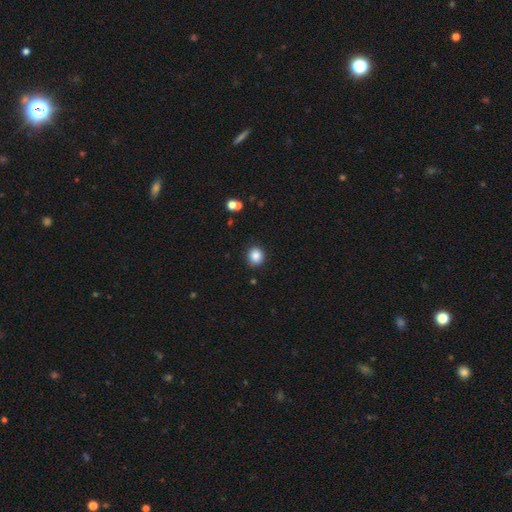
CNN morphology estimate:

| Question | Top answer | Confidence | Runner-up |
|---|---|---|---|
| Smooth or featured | smooth | 86% | star or artifact (10%) |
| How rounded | round | 83% | in between (16%) |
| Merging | none | 89% | minor disturbance (8%) |